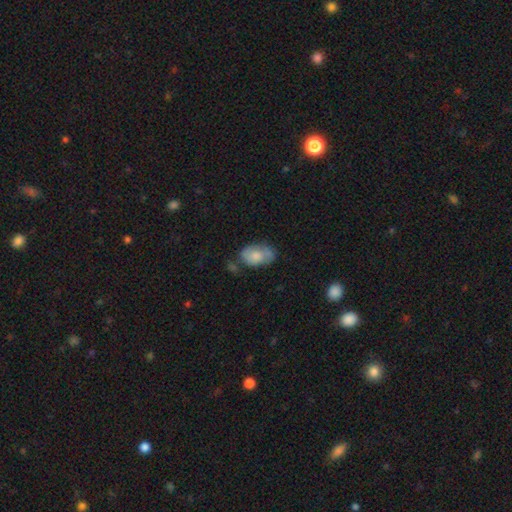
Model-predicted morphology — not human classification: type=smooth (73%); roundness=in between (90%); merging=none (52%).